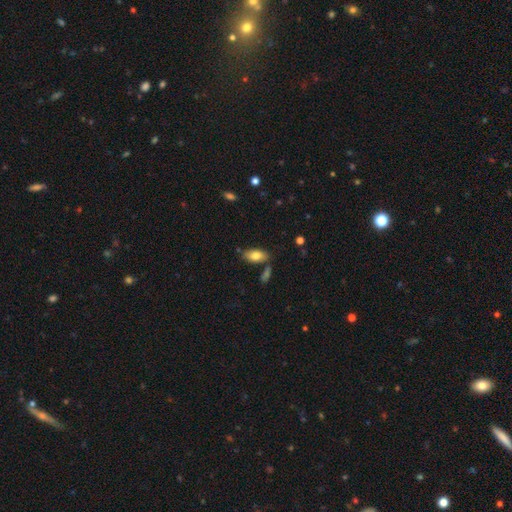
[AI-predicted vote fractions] smooth 79%, featured or disk 14%, star or artifact 7%. Down the decision tree: how rounded — in between (90%); merging — none (76%).